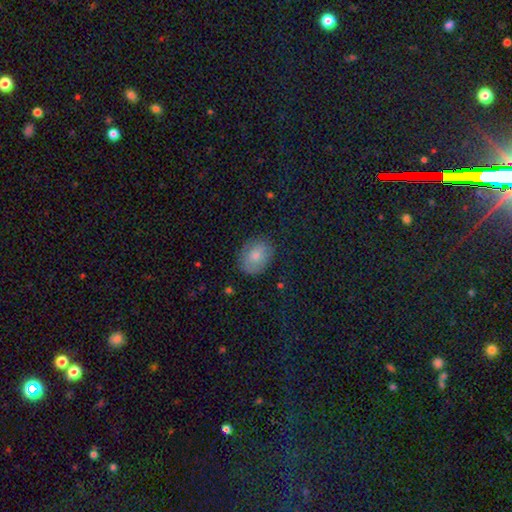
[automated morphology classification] Smooth or featured? Predicted: smooth (p=0.78). How rounded? Predicted: in between (p=0.63). Merging? Predicted: none (p=0.80).